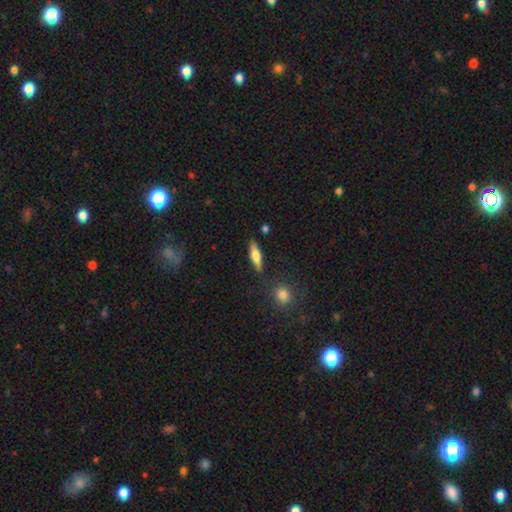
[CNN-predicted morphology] smooth-or-featured: smooth: 50% | featured or disk: 43% | star or artifact: 6%
  how-rounded: cigar-shaped: 59% | in between: 37% | round: 3%
  merging: none: 85% | minor disturbance: 9% | merger: 3% | major disturbance: 2%